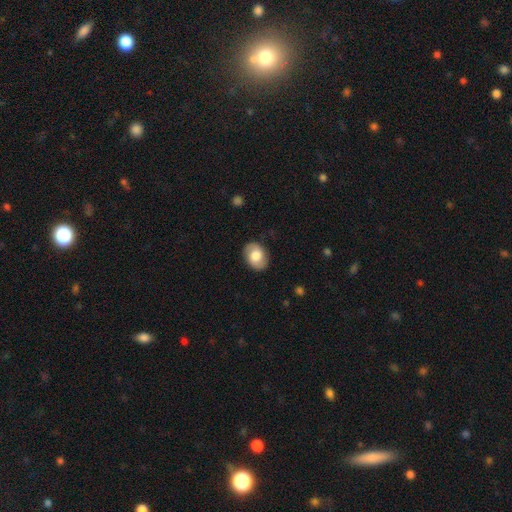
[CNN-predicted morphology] Smooth or featured? smooth (67%)
How rounded? in between (71%)
Merging? none (85%)